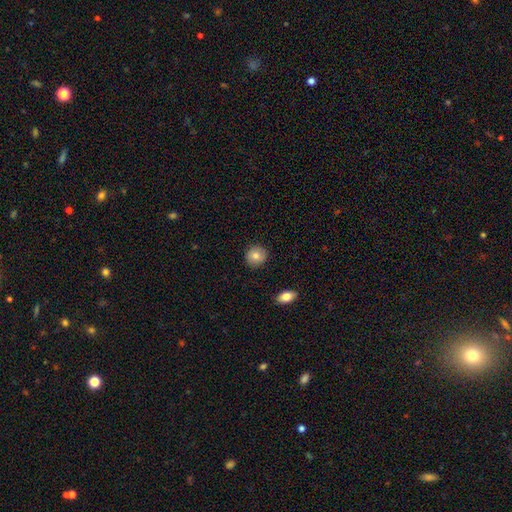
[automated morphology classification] Smooth or featured? Predicted: smooth (p=0.81). How rounded? Predicted: round (p=0.87). Merging? Predicted: none (p=0.89).